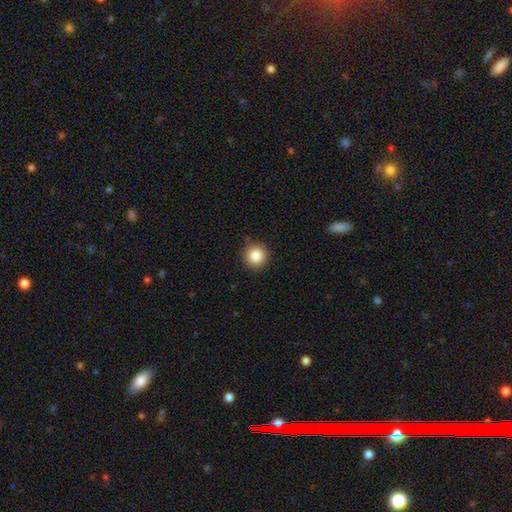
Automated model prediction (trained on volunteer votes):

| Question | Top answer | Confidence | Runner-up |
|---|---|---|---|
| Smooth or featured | smooth | 85% | star or artifact (10%) |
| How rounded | round | 95% | in between (4%) |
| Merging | none | 87% | minor disturbance (10%) |